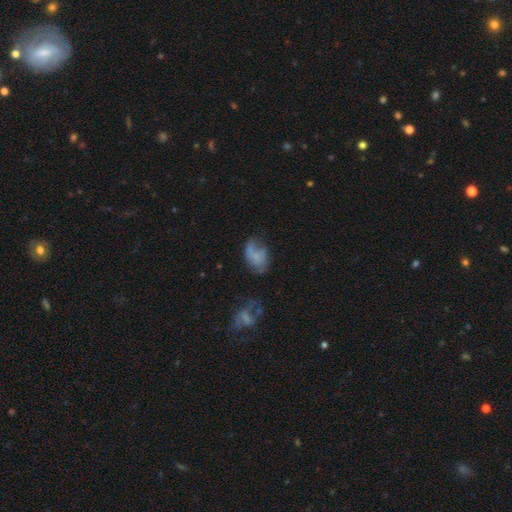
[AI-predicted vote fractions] Smooth or featured: smooth — 47% (featured or disk — 42%)
Merging: none — 38% (minor disturbance — 28%)